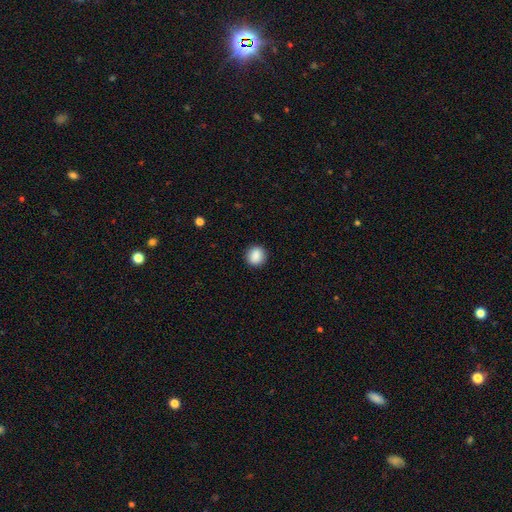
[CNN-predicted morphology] A smooth galaxy with no disk features (88%) that is round (87%). Merging: none (91%).